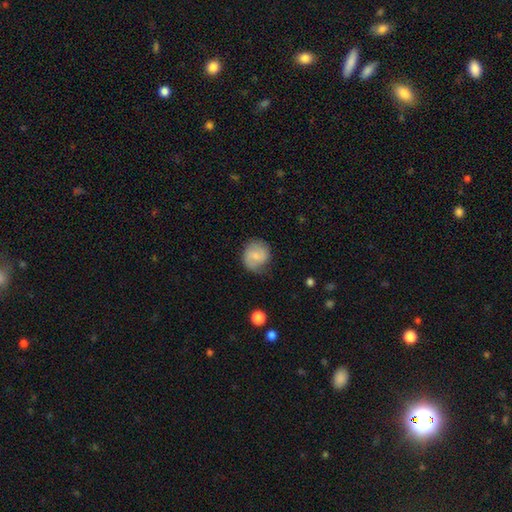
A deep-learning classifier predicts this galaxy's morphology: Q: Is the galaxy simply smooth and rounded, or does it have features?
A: smooth — 59%.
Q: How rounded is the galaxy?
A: round — 81%.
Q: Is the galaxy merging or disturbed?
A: none — 68%.